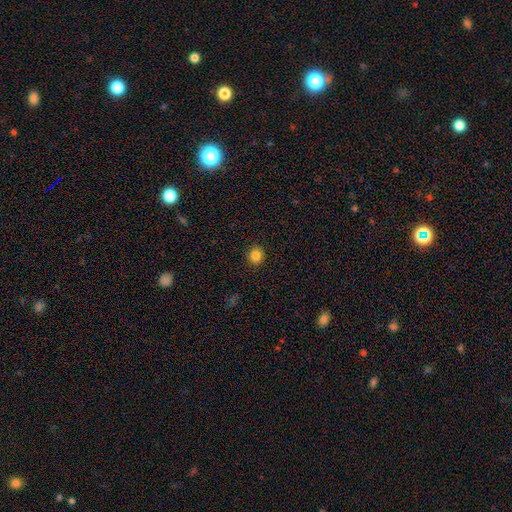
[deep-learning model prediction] Morphology: type=smooth (84%); roundness=round (89%); merging=none (91%).